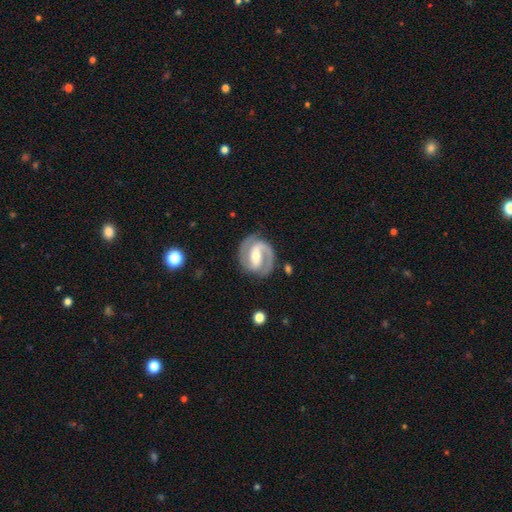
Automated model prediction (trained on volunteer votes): A featured or disk galaxy (89%) with a strong bar (52%), 2 (86%) medium (49%) spiral arms (96%) and a moderate central bulge (59%). Merging: none (81%).